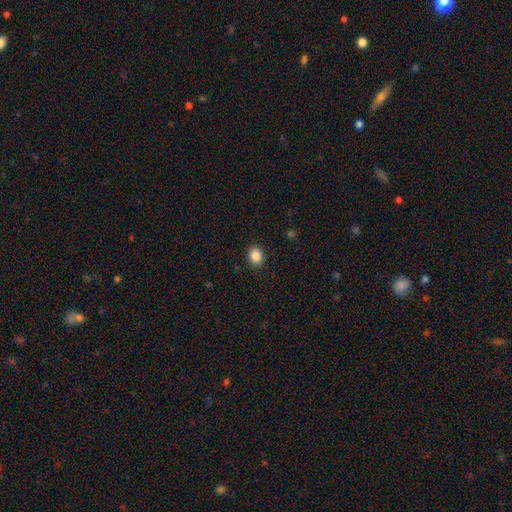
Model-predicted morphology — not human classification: A smooth galaxy with no disk features (87%) that is in between round and cigar-shaped (60%).

Vote fractions:
- Smooth or featured? smooth: 87% / star or artifact: 9% / featured or disk: 4%
- How rounded? in between: 60% / round: 39% / cigar-shaped: 1%
- Merging? none: 90% / minor disturbance: 7% / major disturbance: 2% / merger: 1%